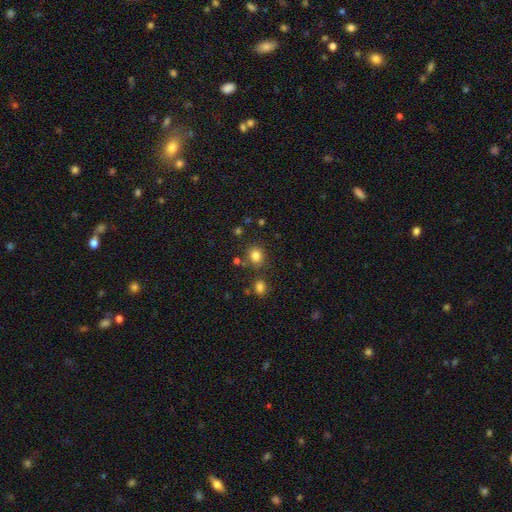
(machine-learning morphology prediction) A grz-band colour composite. It shows a smooth galaxy with no disk features (82%) that is round (74%). Merging: none (79%).